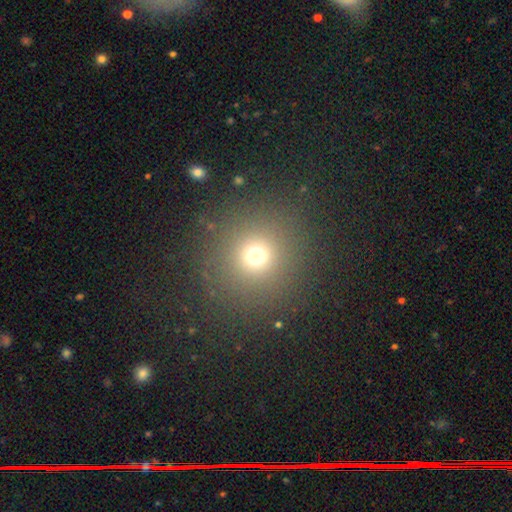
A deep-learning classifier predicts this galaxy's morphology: type=smooth (69%); roundness=round (91%); merging=none (86%).